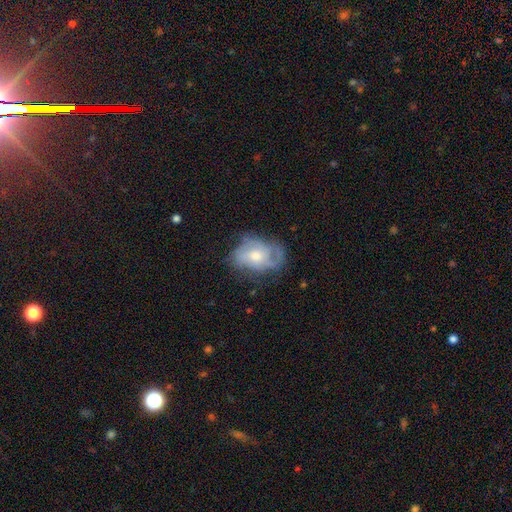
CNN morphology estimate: The model was most divided on "merging": none: 50%, minor disturbance: 28%, major disturbance: 20%, merger: 2%. More confident: edge-on disk — no (96%); bar — no (74%); spiral arms — yes (73%); smooth or featured — featured or disk (61%); bulge size — moderate (59%).